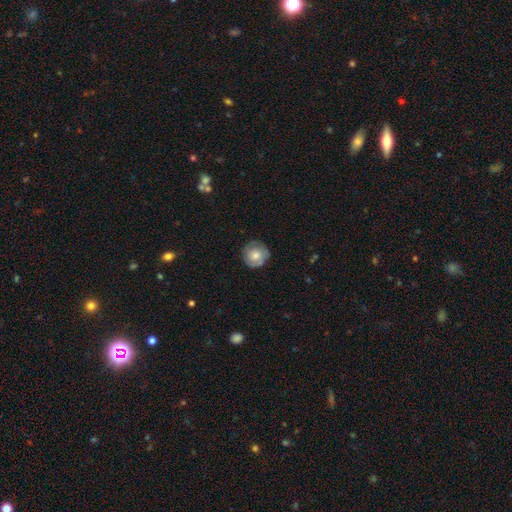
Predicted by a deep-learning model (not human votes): Smooth or featured: smooth — 65% (featured or disk — 27%)
How rounded: round — 92% (in between — 7%)
Merging: none — 77% (minor disturbance — 18%)